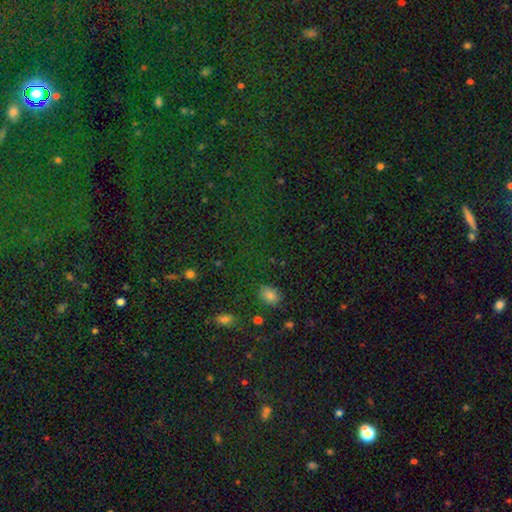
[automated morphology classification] A star or artifact, not a galaxy (76%).

Vote fractions:
- Smooth or featured? star or artifact: 76% / smooth: 16% / featured or disk: 8%